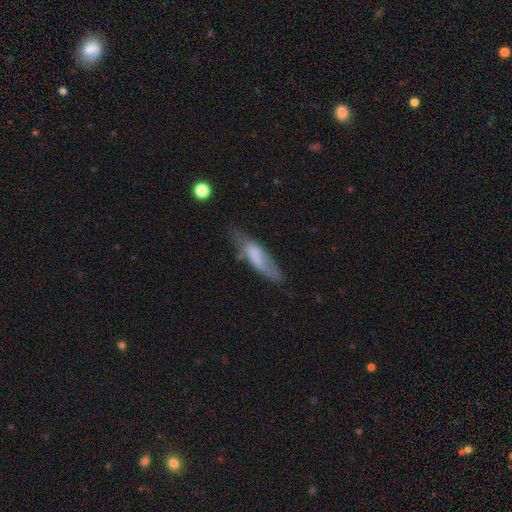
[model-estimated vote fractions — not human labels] smooth 63%, featured or disk 30%, star or artifact 8%. Down the decision tree: how rounded — cigar-shaped (59%); merging — none (51%).